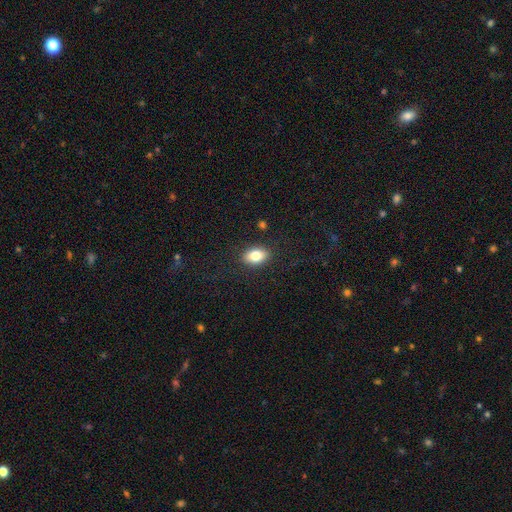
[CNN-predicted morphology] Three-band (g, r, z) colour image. It shows a smooth galaxy with no disk features (83%) that is in between round and cigar-shaped (84%). Merging: none (87%).